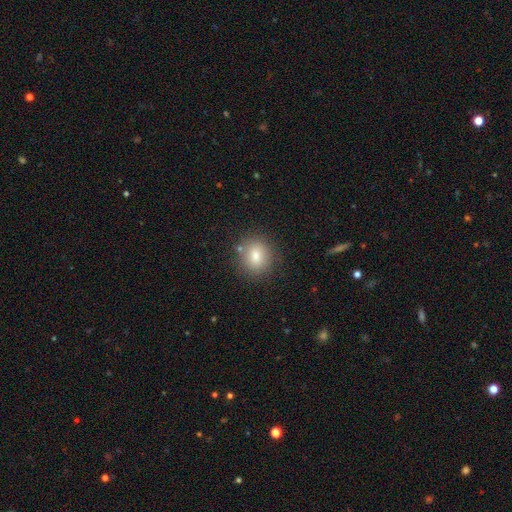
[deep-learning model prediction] Morphology: type=smooth (79%); roundness=round (75%); merging=none (85%).